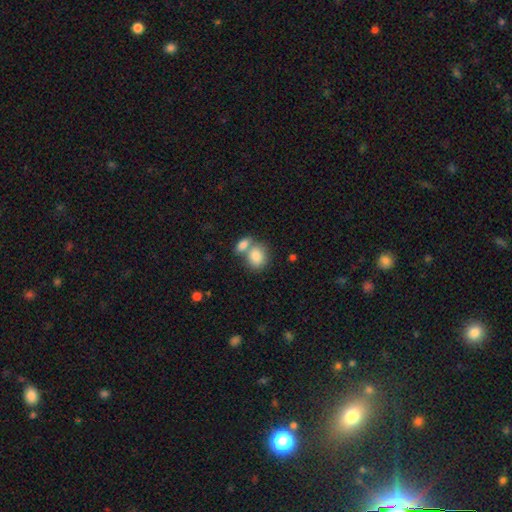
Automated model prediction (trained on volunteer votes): This appears to be a smooth galaxy with no disk features (83%) that is in between round and cigar-shaped (54%). Merging: merger (48%).